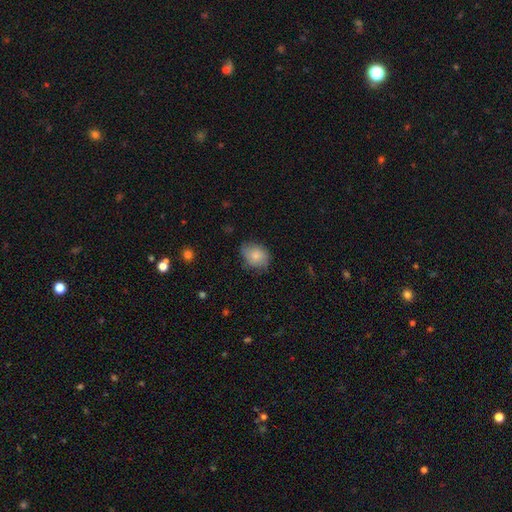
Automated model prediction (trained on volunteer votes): Morphology: type=smooth (79%); roundness=in between (56%); merging=none (64%).